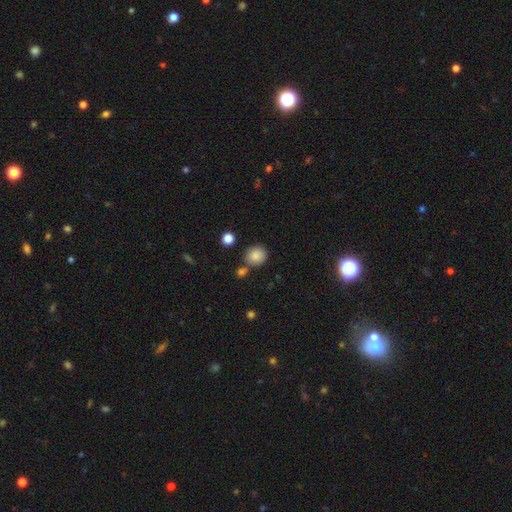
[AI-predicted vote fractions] Smooth or featured: smooth — 85% (star or artifact — 10%)
How rounded: round — 85% (in between — 14%)
Merging: none — 72% (merger — 14%)